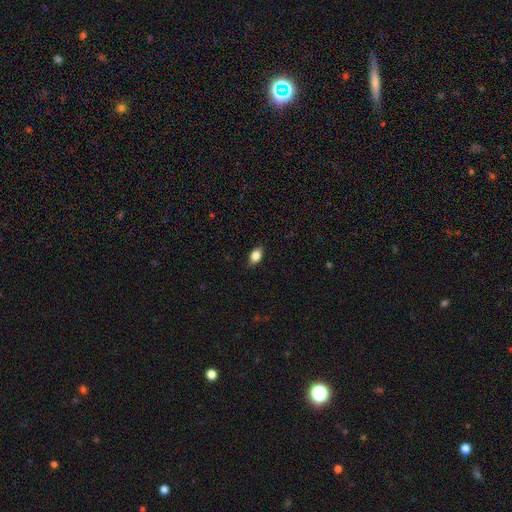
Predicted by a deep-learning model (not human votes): Smooth or featured?
  - smooth: 84% *
  - featured or disk: 8%
  - star or artifact: 8%
How rounded?
  - in between: 87% *
  - round: 9%
  - cigar-shaped: 4%
Merging?
  - none: 86% *
  - minor disturbance: 11%
  - major disturbance: 2%
  - merger: 1%